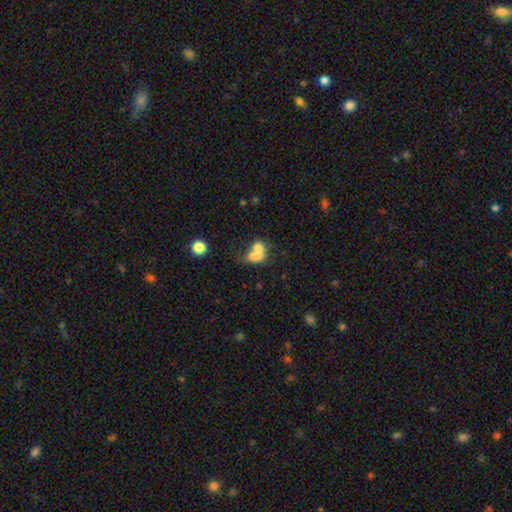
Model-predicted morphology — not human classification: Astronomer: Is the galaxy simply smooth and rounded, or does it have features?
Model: smooth — 71%.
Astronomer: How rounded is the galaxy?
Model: in between — 64%.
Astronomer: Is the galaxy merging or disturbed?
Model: merger — 70%.